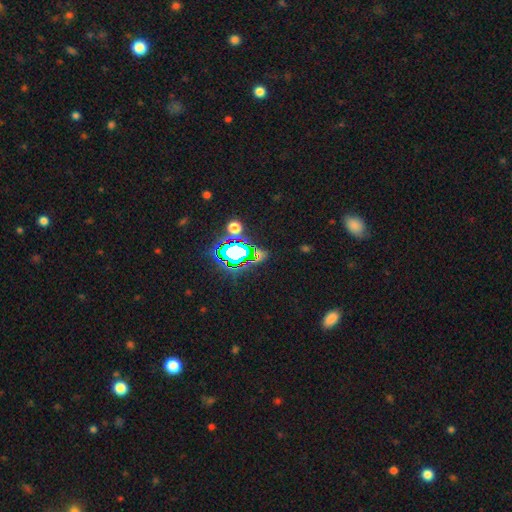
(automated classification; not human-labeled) This appears to be a star or artifact, not a galaxy (63%).